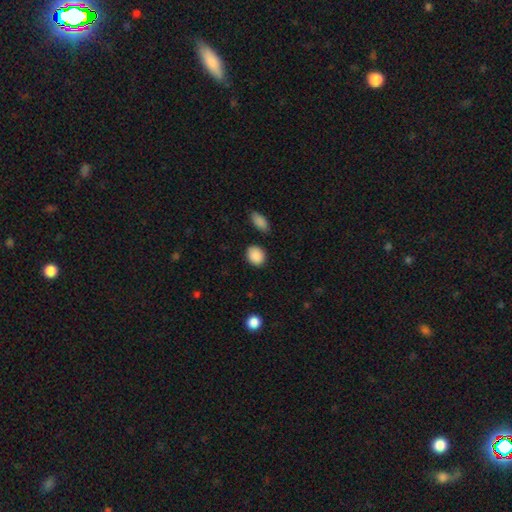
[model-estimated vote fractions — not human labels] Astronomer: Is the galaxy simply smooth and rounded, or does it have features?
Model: smooth — 89%.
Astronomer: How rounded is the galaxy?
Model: round — 56% (runner-up: in between, 43%).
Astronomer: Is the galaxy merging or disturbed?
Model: none — 84%.